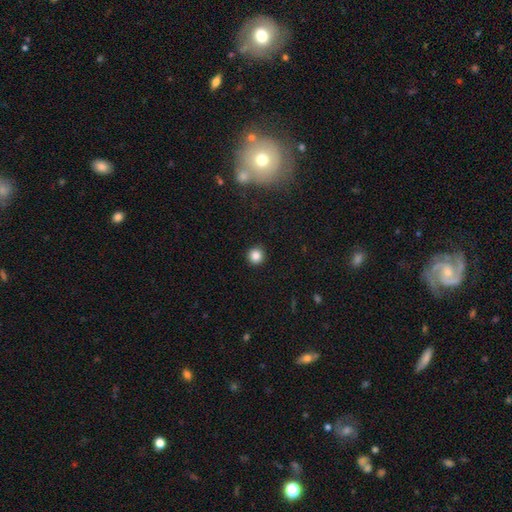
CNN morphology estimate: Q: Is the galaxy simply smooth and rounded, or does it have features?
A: smooth — 85%.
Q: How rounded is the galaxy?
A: round — 95%.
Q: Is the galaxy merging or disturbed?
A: none — 93%.